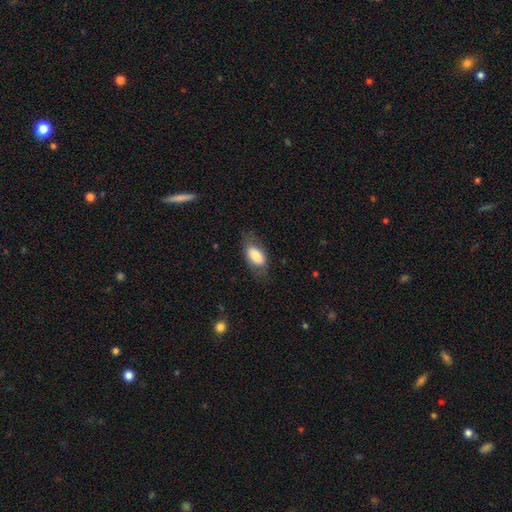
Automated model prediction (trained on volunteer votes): Smooth or featured? smooth (78%)
How rounded? in between (89%)
Merging? none (68%)